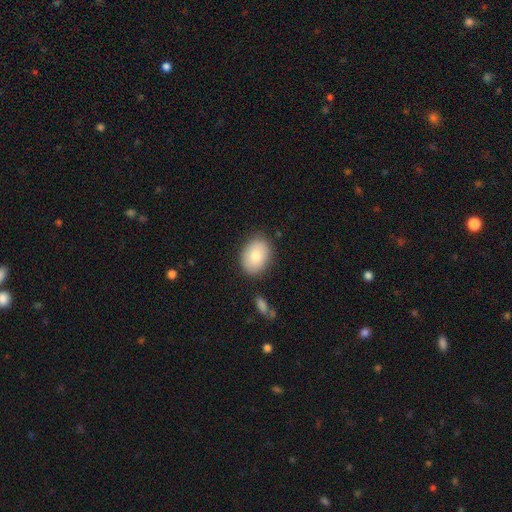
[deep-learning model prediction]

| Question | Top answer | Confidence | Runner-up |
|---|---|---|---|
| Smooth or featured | smooth | 78% | featured or disk (14%) |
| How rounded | in between | 70% | round (29%) |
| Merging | none | 82% | minor disturbance (12%) |